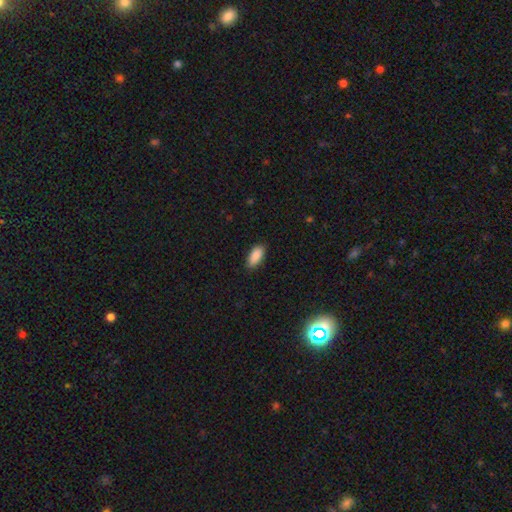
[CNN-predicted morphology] Smooth or featured: smooth — 89% (star or artifact — 7%)
How rounded: in between — 86% (cigar-shaped — 11%)
Merging: none — 86% (minor disturbance — 11%)